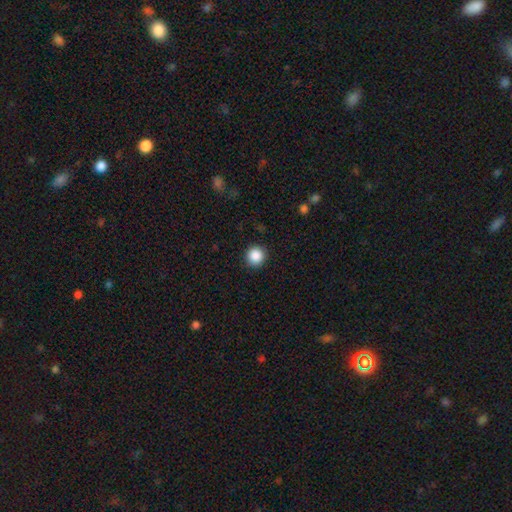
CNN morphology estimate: smooth_or_featured: smooth (p=0.88) [alt: star or artifact p=0.09]
how_rounded: round (p=0.94) [alt: in between p=0.05]
merging: none (p=0.91) [alt: minor disturbance p=0.06]